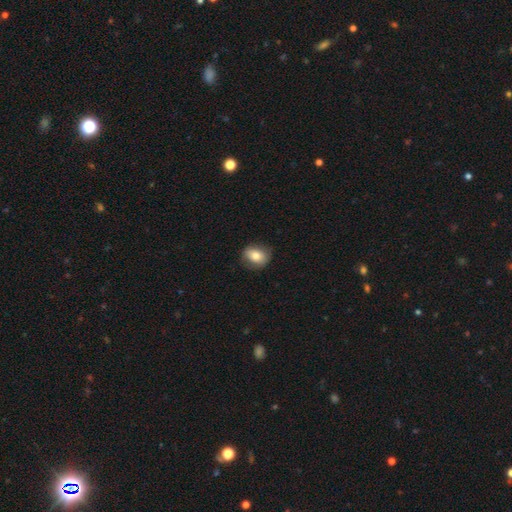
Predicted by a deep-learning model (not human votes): A smooth galaxy with no disk features (78%) that is in between round and cigar-shaped (54%). Merging: none (79%).